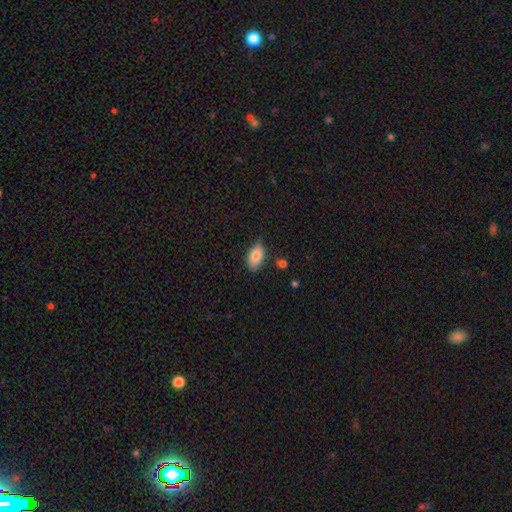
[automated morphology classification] Smooth or featured? Predicted: smooth (p=0.82). How rounded? Predicted: in between (p=0.92). Merging? Predicted: none (p=0.76).